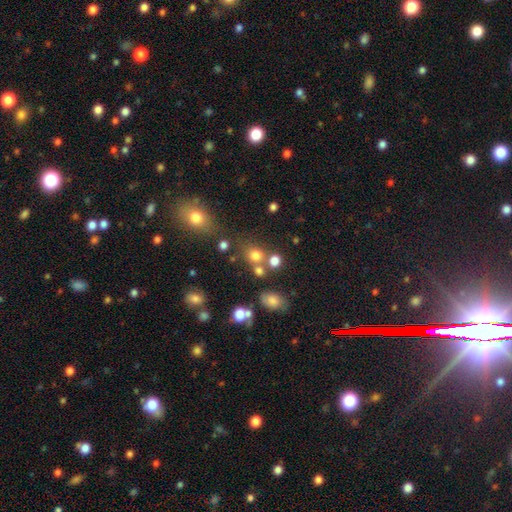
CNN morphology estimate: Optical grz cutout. It shows a smooth galaxy with no disk features (72%) that is round (77%). Merging: none (61%).